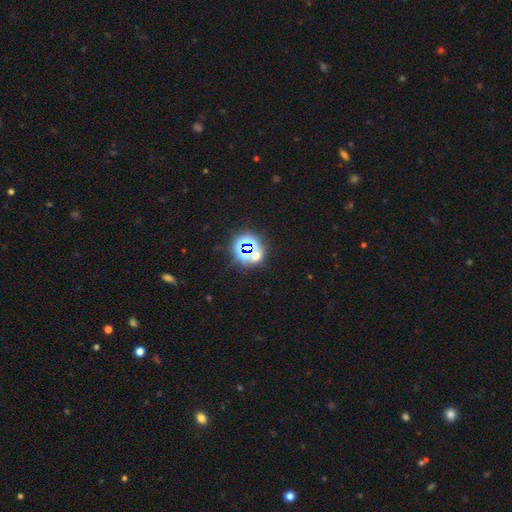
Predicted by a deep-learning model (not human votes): smooth-or-featured: star or artifact: 70% | smooth: 21% | featured or disk: 9%